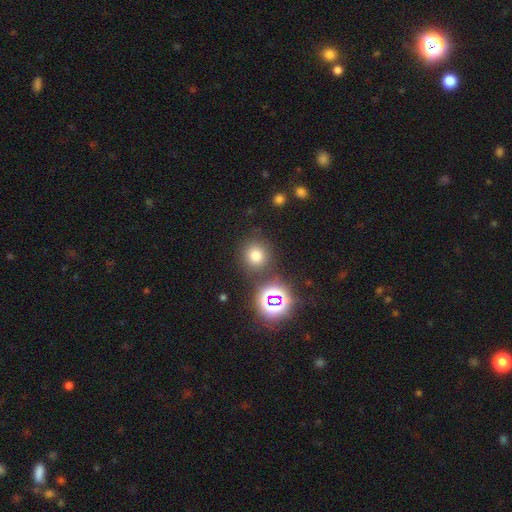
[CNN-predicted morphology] smooth 70%, star or artifact 23%, featured or disk 7%. Down the decision tree: how rounded — round (91%); merging — none (83%).